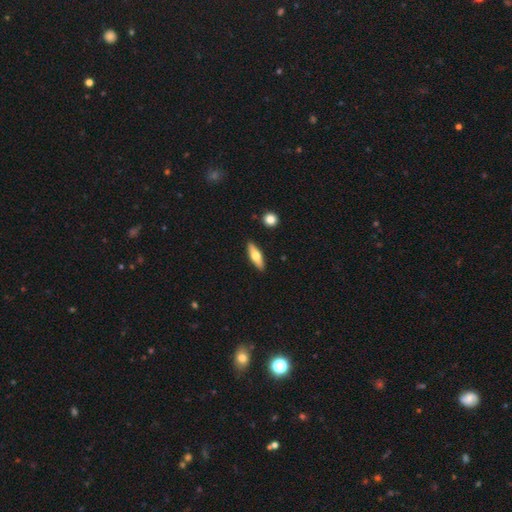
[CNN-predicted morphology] Smooth or featured: smooth — 55% (featured or disk — 39%)
How rounded: cigar-shaped — 53% (in between — 44%)
Merging: none — 89% (minor disturbance — 8%)